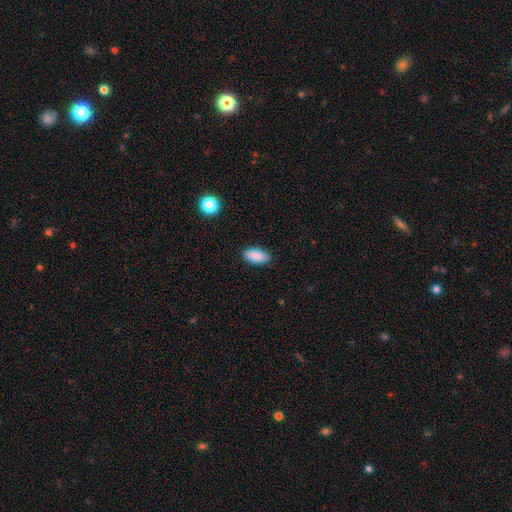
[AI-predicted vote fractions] Smooth or featured: smooth — 89% (star or artifact — 7%)
How rounded: in between — 90% (cigar-shaped — 8%)
Merging: none — 87% (minor disturbance — 9%)